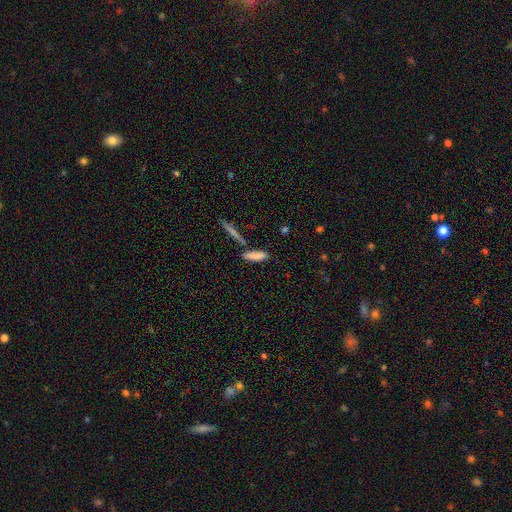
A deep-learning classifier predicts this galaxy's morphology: Smooth or featured?
  - smooth: 83% *
  - featured or disk: 9%
  - star or artifact: 8%
How rounded?
  - cigar-shaped: 63% *
  - in between: 35%
  - round: 2%
Merging?
  - none: 72% *
  - minor disturbance: 13%
  - merger: 12%
  - major disturbance: 3%